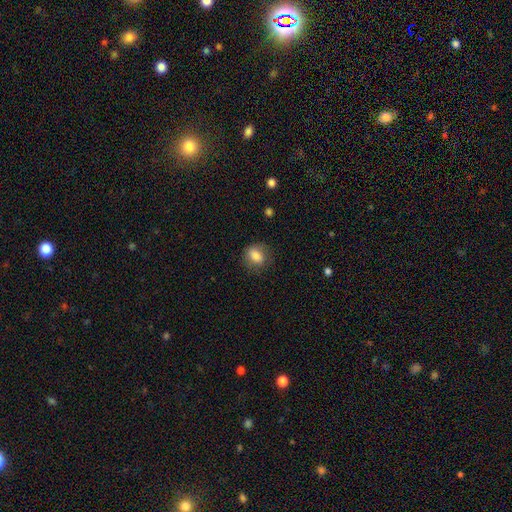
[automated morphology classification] A smooth galaxy with no disk features (82%) that is in between round and cigar-shaped (54%). Merging: none (74%).